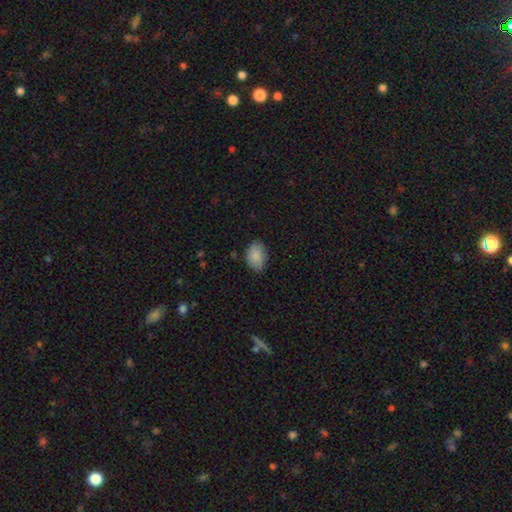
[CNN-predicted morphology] This appears to be a smooth galaxy with no disk features (88%) that is in between round and cigar-shaped (84%). Merging: none (78%).